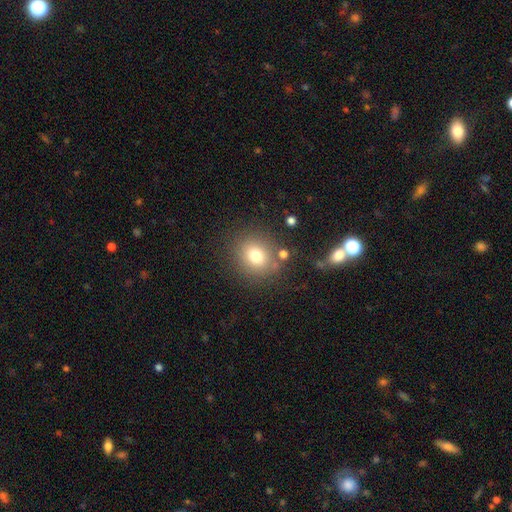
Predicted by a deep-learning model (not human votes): A smooth galaxy with no disk features (76%) that is round (81%).

Vote fractions:
- Smooth or featured? smooth: 76% / star or artifact: 14% / featured or disk: 11%
- How rounded? round: 81% / in between: 18% / cigar-shaped: 1%
- Merging? none: 79% / minor disturbance: 10% / merger: 6% / major disturbance: 5%